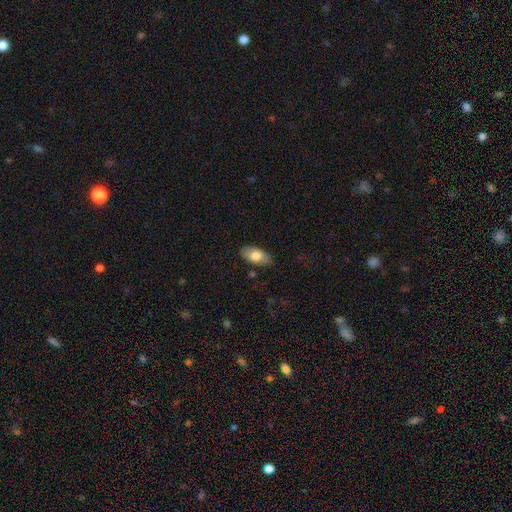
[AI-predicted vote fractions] A smooth galaxy with no disk features (75%) that is in between round and cigar-shaped (92%). Merging: none (84%).